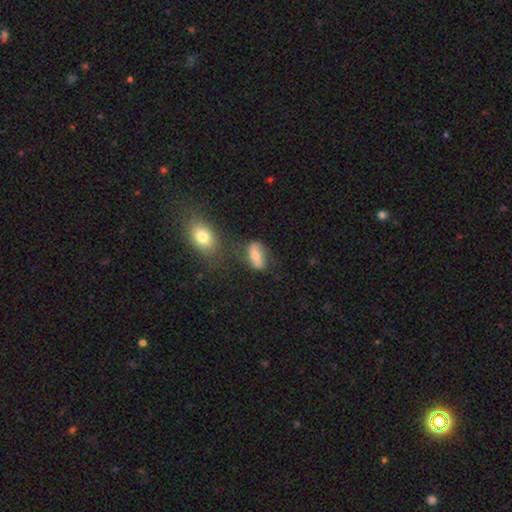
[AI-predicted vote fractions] smooth_or_featured: smooth (p=0.66) [alt: featured or disk p=0.24]
how_rounded: in between (p=0.85) [alt: cigar-shaped p=0.07]
merging: none (p=0.62) [alt: minor disturbance p=0.20]